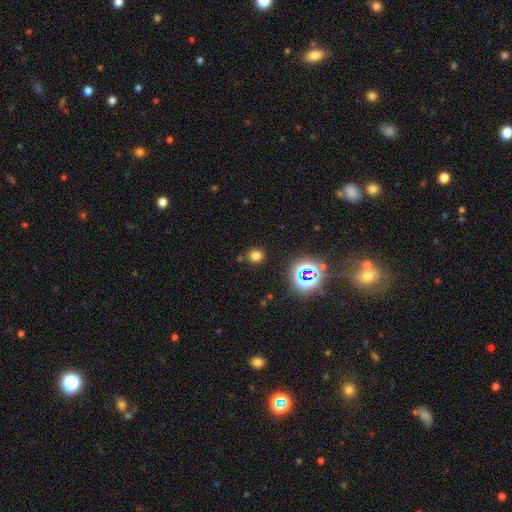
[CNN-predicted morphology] This appears to be a smooth galaxy with no disk features (71%) that is round (85%). Merging: none (88%).